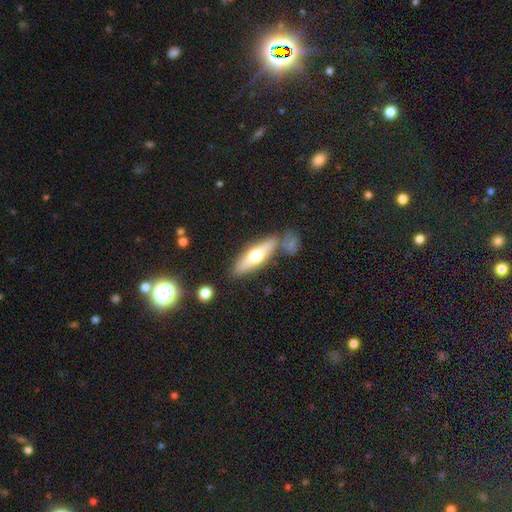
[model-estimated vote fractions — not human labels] This appears to be a smooth galaxy with no disk features (51%) that is cigar-shaped (64%). Merging: none (78%).